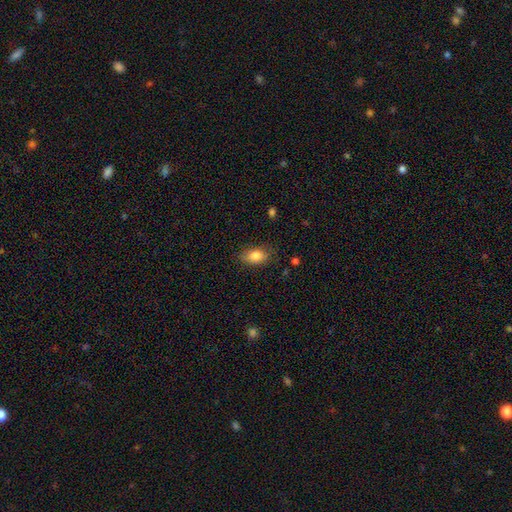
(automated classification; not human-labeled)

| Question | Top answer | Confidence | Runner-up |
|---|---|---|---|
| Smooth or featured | smooth | 83% | featured or disk (9%) |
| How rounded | in between | 88% | round (9%) |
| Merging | none | 80% | minor disturbance (15%) |